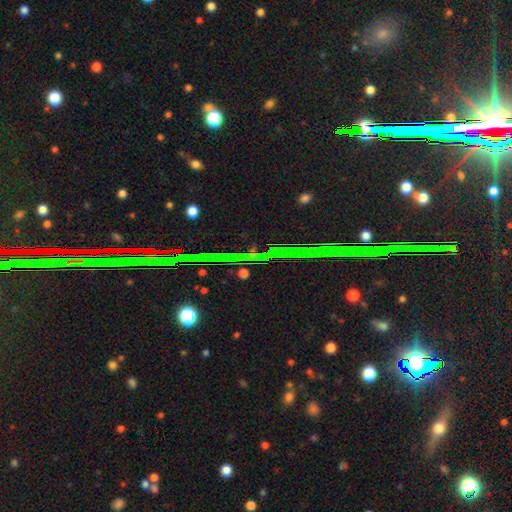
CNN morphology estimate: Smooth or featured?
  - star or artifact: 84% *
  - featured or disk: 9%
  - smooth: 8%